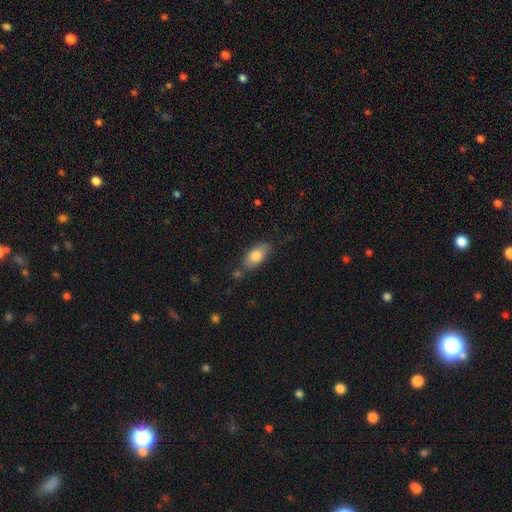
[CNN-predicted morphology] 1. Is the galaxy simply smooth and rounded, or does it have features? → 79% smooth, 14% featured or disk, 7% star or artifact.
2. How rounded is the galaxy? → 88% in between, 8% cigar-shaped, 4% round.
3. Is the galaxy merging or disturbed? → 75% none, 17% minor disturbance, 5% merger, 3% major disturbance.